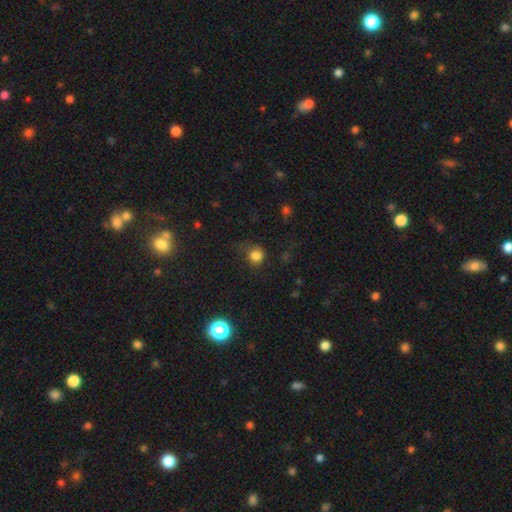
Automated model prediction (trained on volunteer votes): Smooth or featured? Predicted: smooth (p=0.81). How rounded? Predicted: round (p=0.86). Merging? Predicted: none (p=0.67).